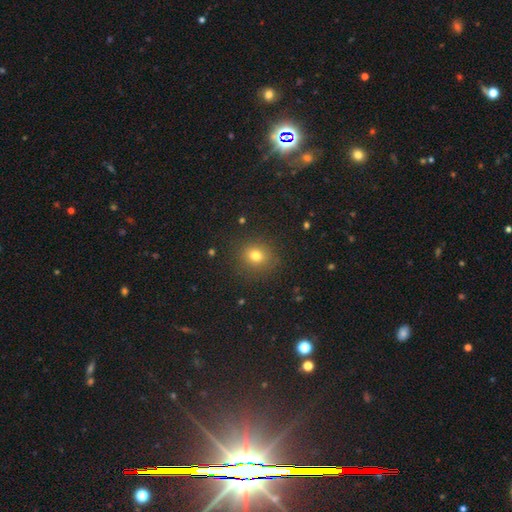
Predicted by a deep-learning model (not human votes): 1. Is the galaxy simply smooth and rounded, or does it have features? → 76% smooth, 16% star or artifact, 7% featured or disk.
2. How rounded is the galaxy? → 81% round, 18% in between, 1% cigar-shaped.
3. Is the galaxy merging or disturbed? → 88% none, 8% minor disturbance, 3% major disturbance, 1% merger.